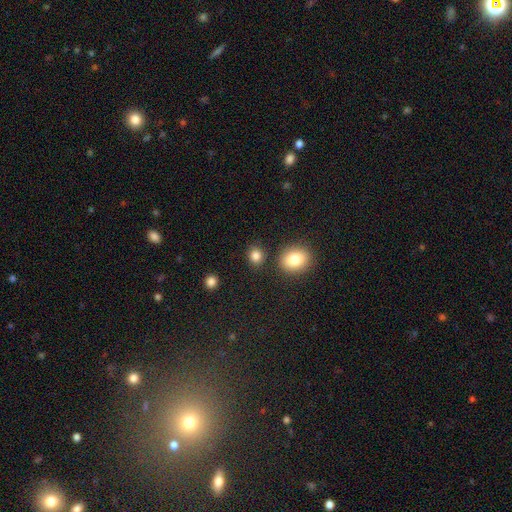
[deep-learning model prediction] smooth-or-featured: smooth: 84% | star or artifact: 11% | featured or disk: 5%
  how-rounded: round: 71% | in between: 28% | cigar-shaped: 1%
  merging: none: 83% | minor disturbance: 9% | merger: 6% | major disturbance: 3%